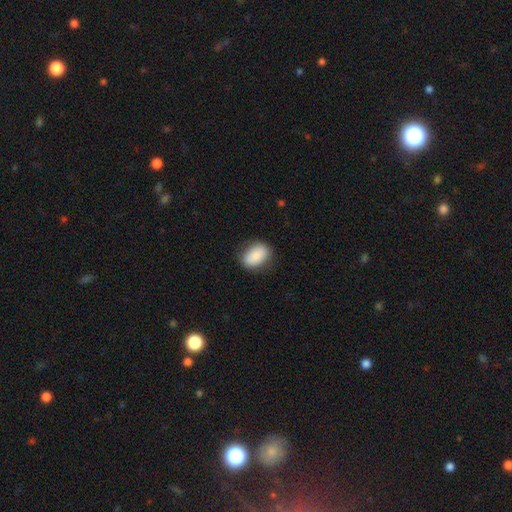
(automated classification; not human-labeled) Smooth or featured? smooth (87%)
How rounded? in between (85%)
Merging? none (81%)